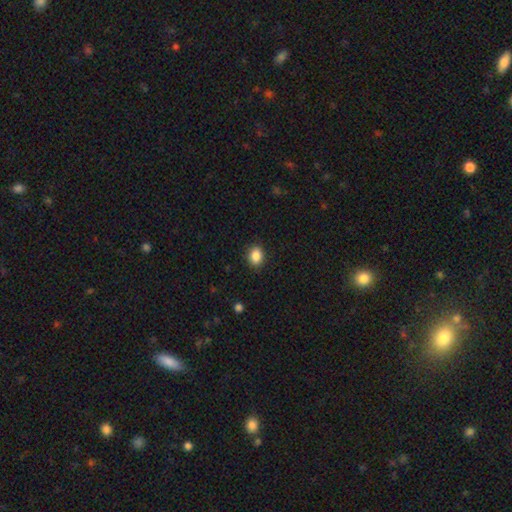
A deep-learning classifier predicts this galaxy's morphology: Q: Smooth or featured?
A: smooth (88%); runner-up: star or artifact (9%)
Q: How rounded?
A: in between (59%); runner-up: round (40%)
Q: Merging?
A: none (89%); runner-up: minor disturbance (8%)